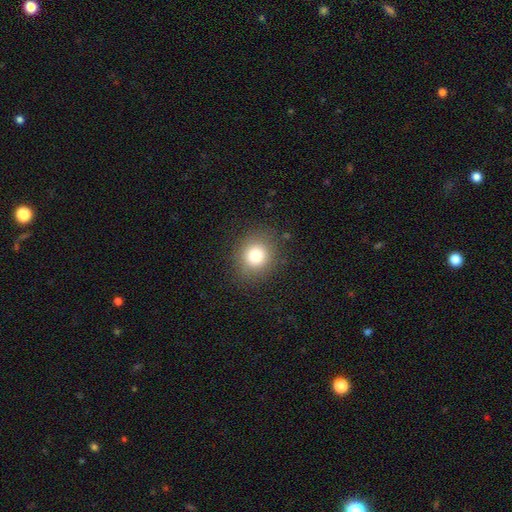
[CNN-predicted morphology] This is likely a smooth galaxy (78%). How rounded: clearly round (81%). Merging: clearly none (86%).